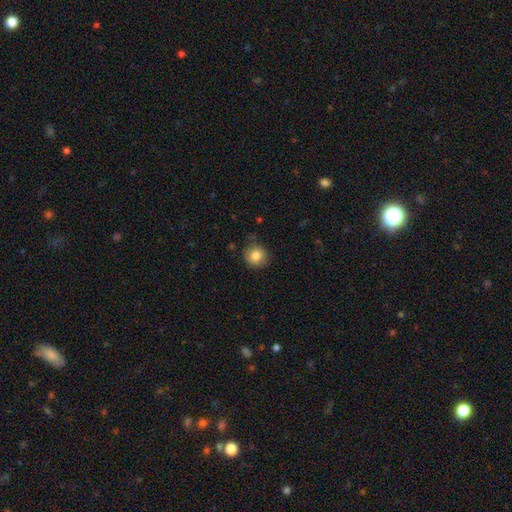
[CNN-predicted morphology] Q: Smooth or featured?
A: smooth (84%); runner-up: star or artifact (9%)
Q: How rounded?
A: round (91%); runner-up: in between (8%)
Q: Merging?
A: none (84%); runner-up: minor disturbance (12%)